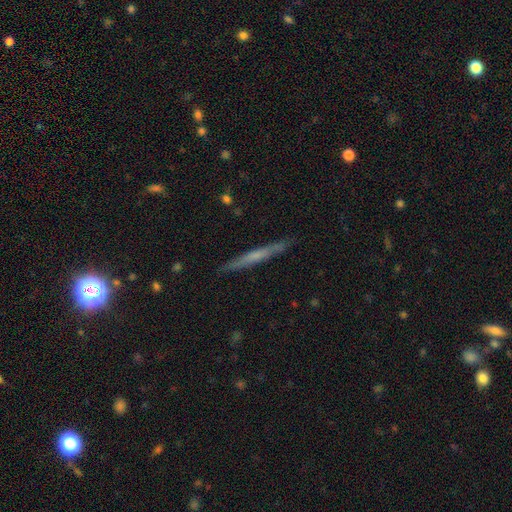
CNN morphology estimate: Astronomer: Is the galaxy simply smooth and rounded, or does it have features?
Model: featured or disk — 52% (runner-up: smooth, 41%).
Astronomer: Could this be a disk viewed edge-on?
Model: yes — 96%.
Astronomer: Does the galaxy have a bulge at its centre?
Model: none — 65%.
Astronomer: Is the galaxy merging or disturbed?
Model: none — 89%.